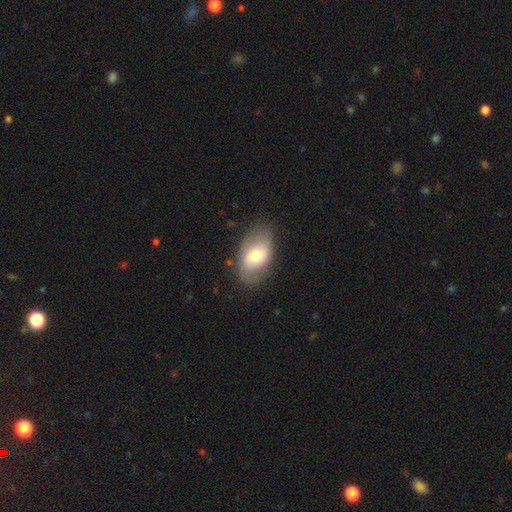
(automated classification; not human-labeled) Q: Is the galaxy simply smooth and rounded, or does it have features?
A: smooth — 53%.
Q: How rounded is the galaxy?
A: in between — 89%.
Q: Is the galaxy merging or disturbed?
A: none — 73%.